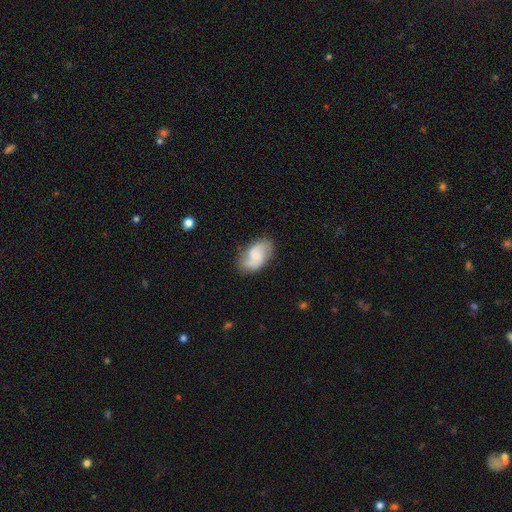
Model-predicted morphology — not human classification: smooth_or_featured: featured or disk (p=0.59) [alt: smooth p=0.34]
disk_edge_on: no (p=0.97) [alt: yes p=0.03]
bar: no (p=0.52) [alt: weak p=0.40]
has_spiral_arms: yes (p=0.92) [alt: no p=0.08]
spiral_winding: medium (p=0.44) [alt: loose p=0.39]
spiral_arm_count: 2 (p=0.86) [alt: can't tell p=0.07]
bulge_size: small (p=0.46) [alt: none p=0.25]
merging: none (p=0.74) [alt: minor disturbance p=0.19]